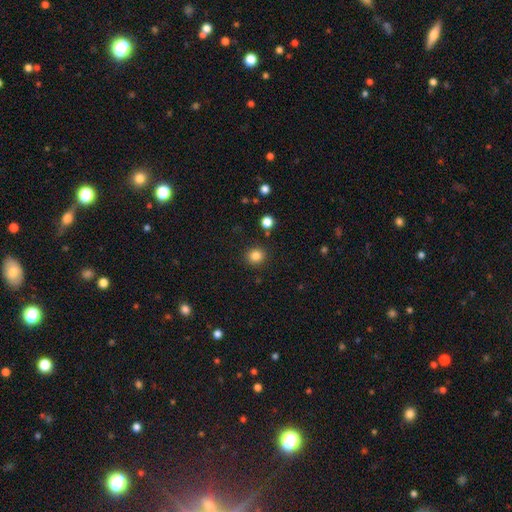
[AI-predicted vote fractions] smooth-or-featured: smooth: 84% | star or artifact: 12% | featured or disk: 4%
  how-rounded: round: 87% | in between: 12% | cigar-shaped: 1%
  merging: none: 89% | minor disturbance: 6% | major disturbance: 2% | merger: 2%